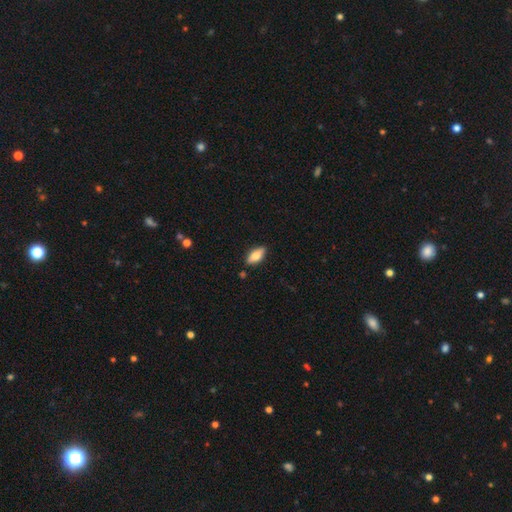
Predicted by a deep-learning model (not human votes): A smooth galaxy with no disk features (76%) that is in between round and cigar-shaped (86%). Merging: none (85%).